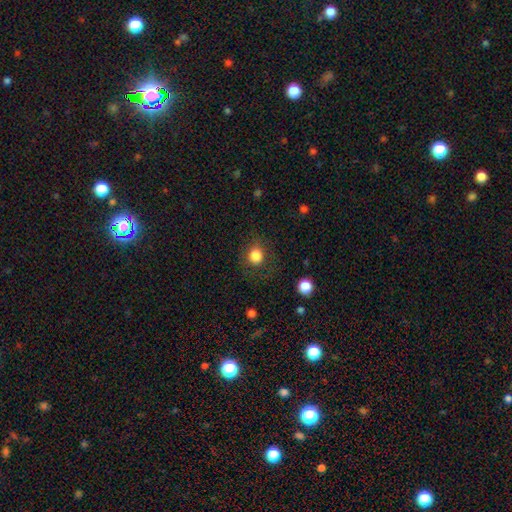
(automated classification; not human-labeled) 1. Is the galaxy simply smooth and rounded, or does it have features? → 84% smooth, 10% star or artifact, 6% featured or disk.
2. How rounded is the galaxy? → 81% round, 18% in between, 1% cigar-shaped.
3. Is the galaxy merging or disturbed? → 79% none, 13% minor disturbance, 7% major disturbance, 1% merger.